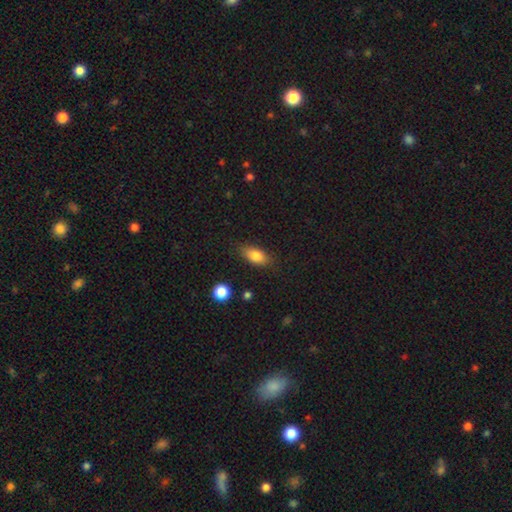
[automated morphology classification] Smooth or featured? Predicted: smooth (p=0.82). How rounded? Predicted: in between (p=0.85). Merging? Predicted: none (p=0.81).